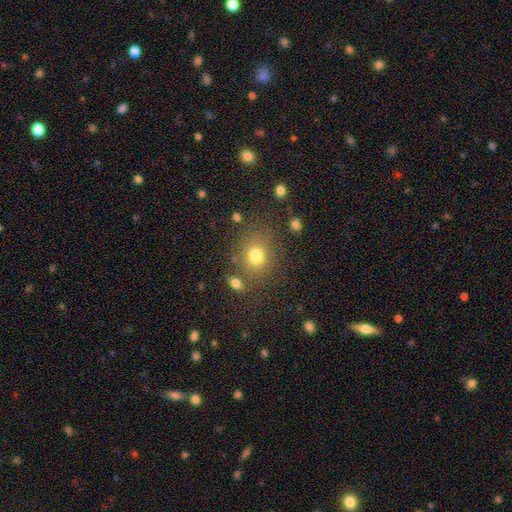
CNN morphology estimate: type=smooth (76%); roundness=round (68%); merging=none (76%).